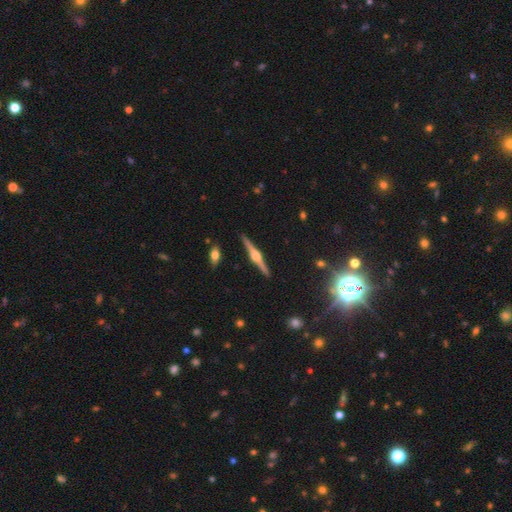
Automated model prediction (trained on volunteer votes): smooth_or_featured: featured or disk (p=0.85) [alt: smooth p=0.10]
disk_edge_on: yes (p=0.99) [alt: no p=0.01]
edge_on_bulge: rounded (p=0.94) [alt: boxy p=0.04]
merging: none (p=0.92) [alt: minor disturbance p=0.06]